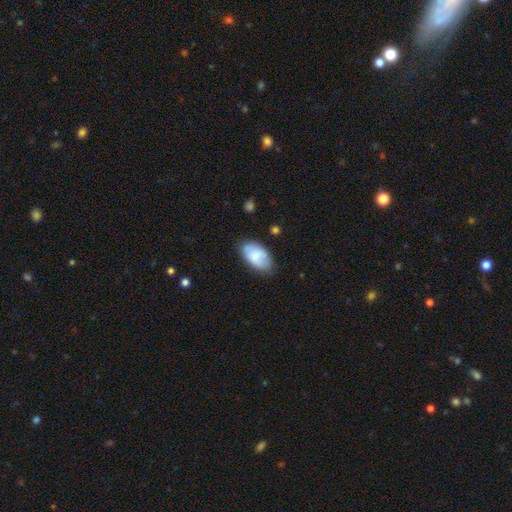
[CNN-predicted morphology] This appears to be a smooth galaxy with no disk features (80%) that is in between round and cigar-shaped (95%). Merging: none (73%).